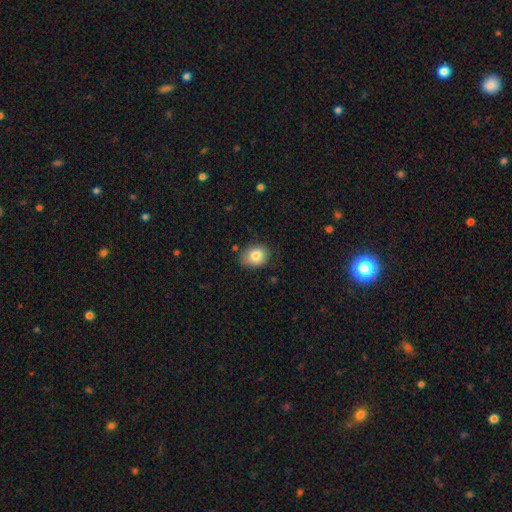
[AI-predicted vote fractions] Smooth or featured?
  - smooth: 82% *
  - featured or disk: 9%
  - star or artifact: 9%
How rounded?
  - in between: 58% *
  - round: 41%
  - cigar-shaped: 1%
Merging?
  - none: 80% *
  - minor disturbance: 16%
  - major disturbance: 3%
  - merger: 2%